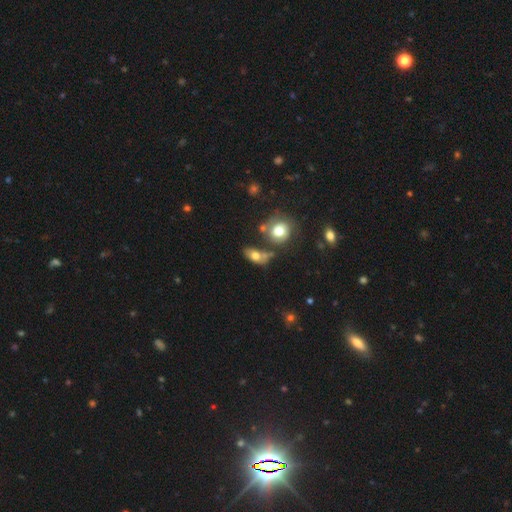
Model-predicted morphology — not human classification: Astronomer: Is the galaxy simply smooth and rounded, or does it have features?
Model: smooth — 67%.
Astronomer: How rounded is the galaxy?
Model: in between — 78%.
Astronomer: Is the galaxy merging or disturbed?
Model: none — 43% (runner-up: merger, 29%).